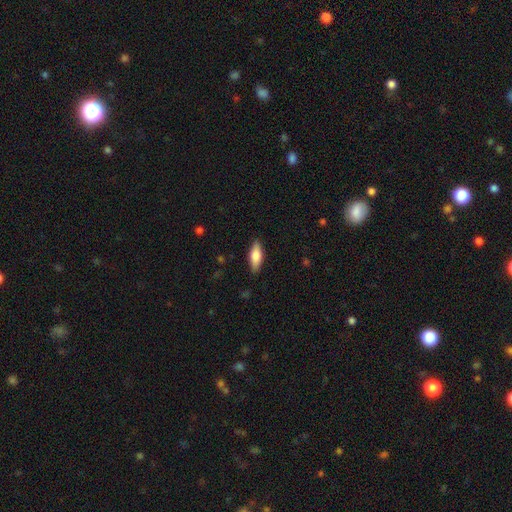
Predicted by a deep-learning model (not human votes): smooth_or_featured: smooth (p=0.72) [alt: featured or disk p=0.22]
how_rounded: in between (p=0.67) [alt: cigar-shaped p=0.31]
merging: none (p=0.88) [alt: minor disturbance p=0.09]